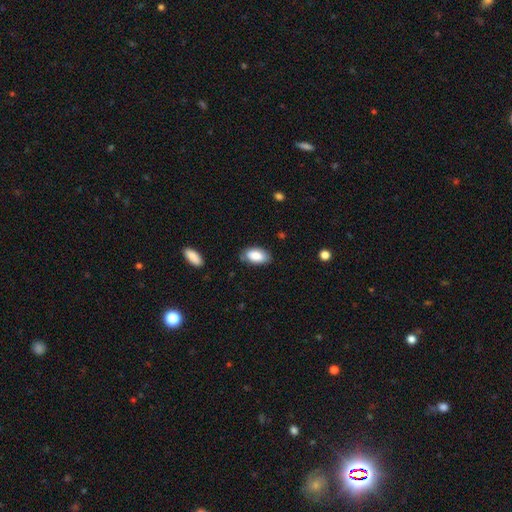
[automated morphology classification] Overall: smooth (85%). How rounded: in between (94%). Merging: none (74%).